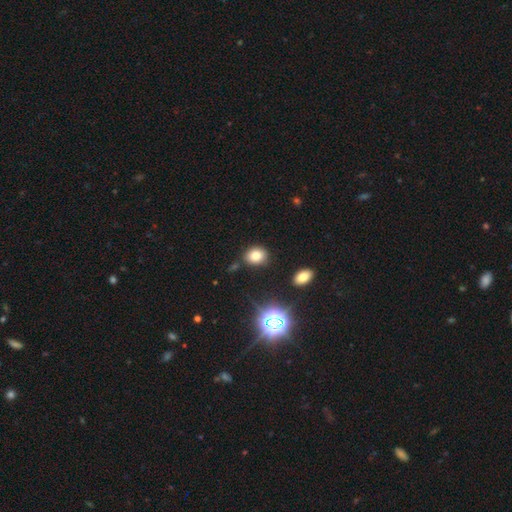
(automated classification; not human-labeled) Morphology: type=smooth (79%); roundness=round (50%); merging=none (83%).